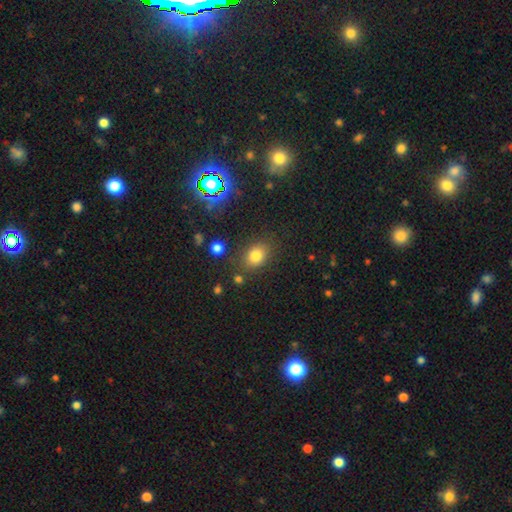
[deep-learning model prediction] Smooth or featured?
  - smooth: 79% *
  - star or artifact: 14%
  - featured or disk: 7%
How rounded?
  - in between: 57% *
  - round: 41%
  - cigar-shaped: 1%
Merging?
  - none: 79% *
  - minor disturbance: 13%
  - major disturbance: 4%
  - merger: 4%